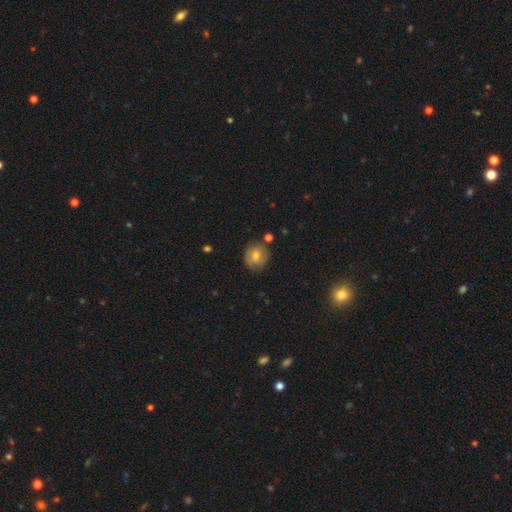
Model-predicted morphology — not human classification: smooth_or_featured: smooth (p=0.68) [alt: featured or disk p=0.23]
how_rounded: round (p=0.80) [alt: in between p=0.19]
merging: none (p=0.75) [alt: minor disturbance p=0.17]